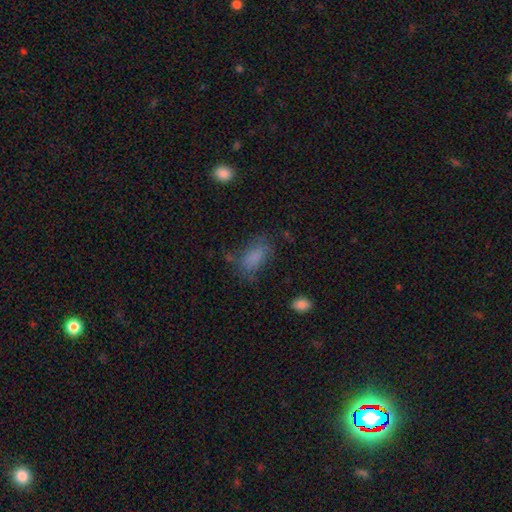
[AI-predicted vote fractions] Smooth or featured? Predicted: smooth (p=0.78). How rounded? Predicted: in between (p=0.87). Merging? Predicted: none (p=0.62).